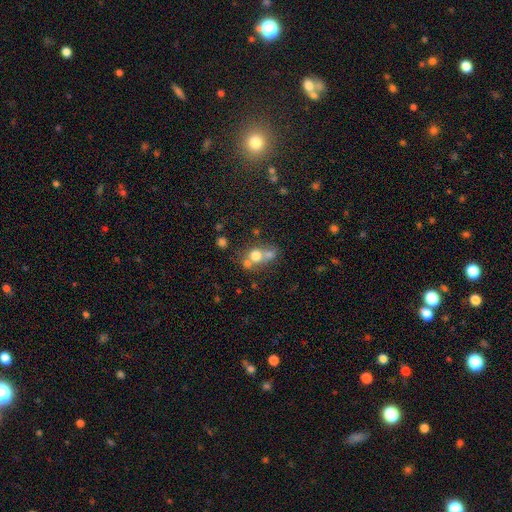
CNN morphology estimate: smooth 66%, featured or disk 19%, star or artifact 14%. Down the decision tree: how rounded — round (74%); merging — merger (52%).